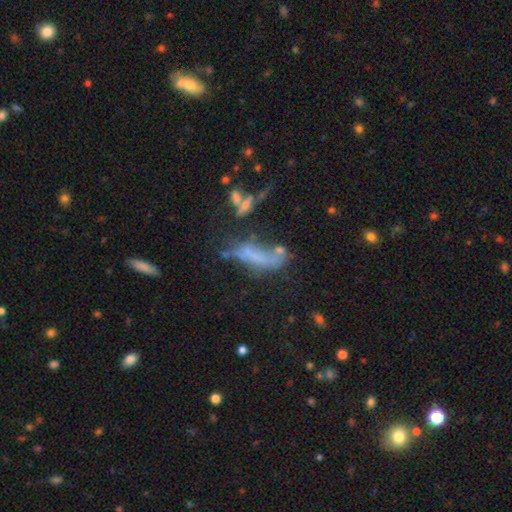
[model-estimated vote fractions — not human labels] This appears to be a smooth galaxy with no disk features (44%). Merging: none (29%).